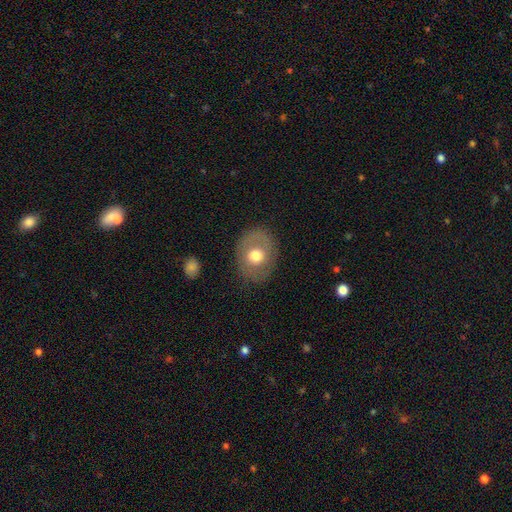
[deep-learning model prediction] Morphology: type=smooth (59%); roundness=round (53%); merging=none (80%).